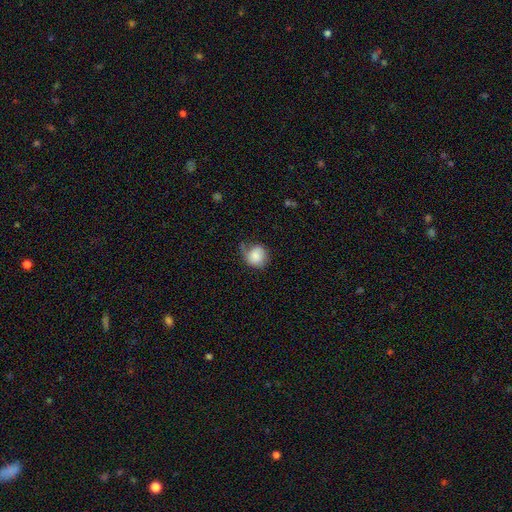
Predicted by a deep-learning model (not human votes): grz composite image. It shows a smooth galaxy with no disk features (74%) that is round (79%). Merging: none (42%).